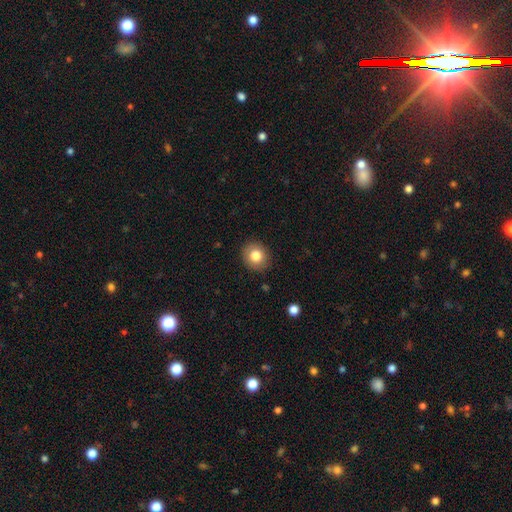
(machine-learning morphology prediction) Smooth or featured?
  - smooth: 81% *
  - featured or disk: 10%
  - star or artifact: 9%
How rounded?
  - round: 78% *
  - in between: 21%
  - cigar-shaped: 1%
Merging?
  - none: 89% *
  - minor disturbance: 8%
  - major disturbance: 2%
  - merger: 1%